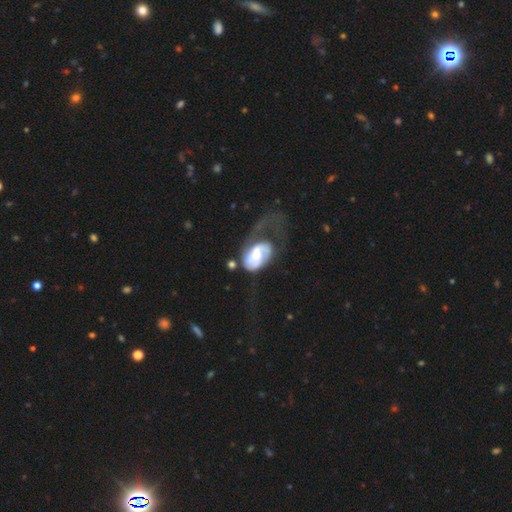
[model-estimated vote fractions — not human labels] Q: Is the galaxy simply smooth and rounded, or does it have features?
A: featured or disk — 64%.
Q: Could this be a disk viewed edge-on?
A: no — 97%.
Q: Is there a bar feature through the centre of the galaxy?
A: no — 59%.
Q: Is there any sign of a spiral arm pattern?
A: yes — 72%.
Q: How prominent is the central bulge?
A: moderate — 53%.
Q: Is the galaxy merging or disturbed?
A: major disturbance — 57%.